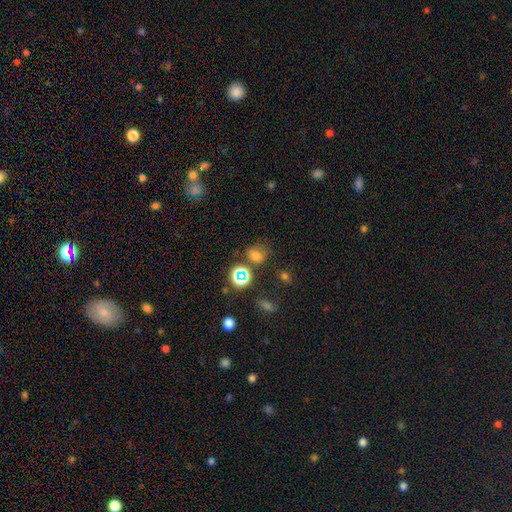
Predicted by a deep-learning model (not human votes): smooth 64%, star or artifact 27%, featured or disk 8%. Down the decision tree: how rounded — round (66%); merging — none (60%).